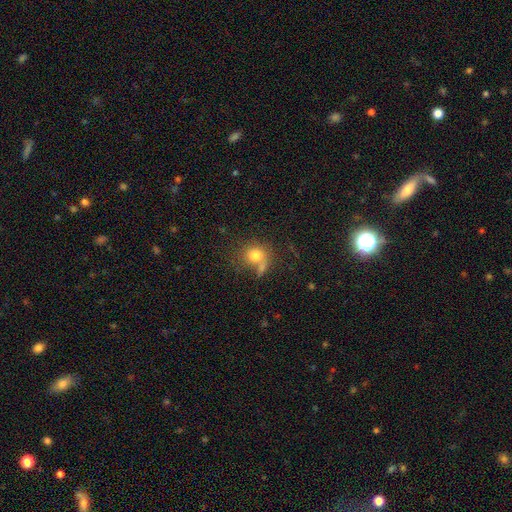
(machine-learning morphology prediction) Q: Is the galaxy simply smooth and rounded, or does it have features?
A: smooth — 77%.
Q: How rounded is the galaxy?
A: round — 75%.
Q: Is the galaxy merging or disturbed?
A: none — 47%.